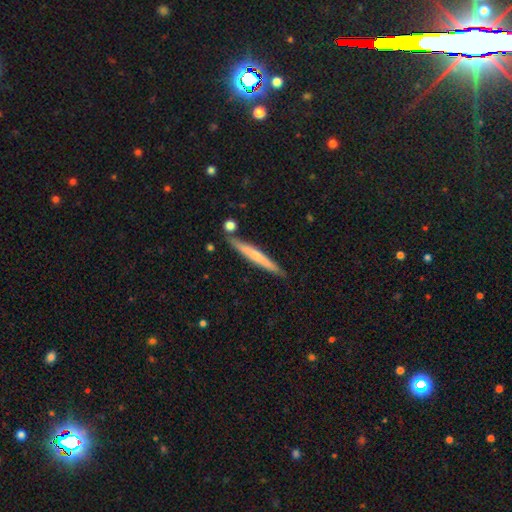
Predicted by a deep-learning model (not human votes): This appears to be a featured or disk galaxy (48%). Merging: none (83%).